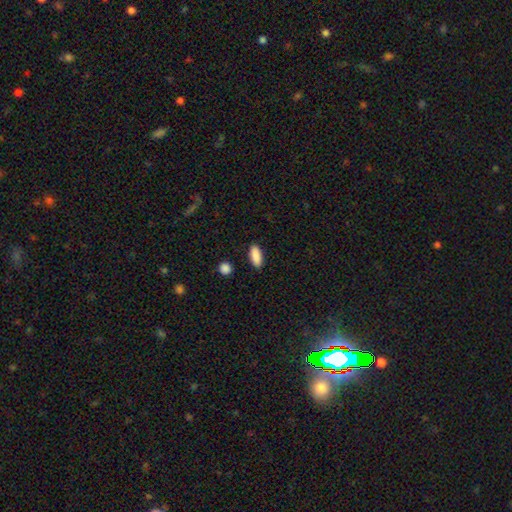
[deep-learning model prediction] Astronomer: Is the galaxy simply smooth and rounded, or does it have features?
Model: smooth — 89%.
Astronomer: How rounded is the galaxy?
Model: in between — 80%.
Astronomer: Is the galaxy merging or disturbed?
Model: none — 88%.